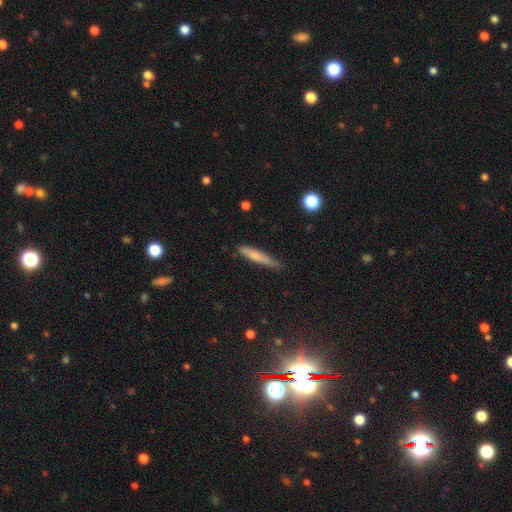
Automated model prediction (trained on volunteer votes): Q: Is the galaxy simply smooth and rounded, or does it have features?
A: smooth — 64%.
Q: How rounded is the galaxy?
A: cigar-shaped — 91%.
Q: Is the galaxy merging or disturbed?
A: none — 76%.